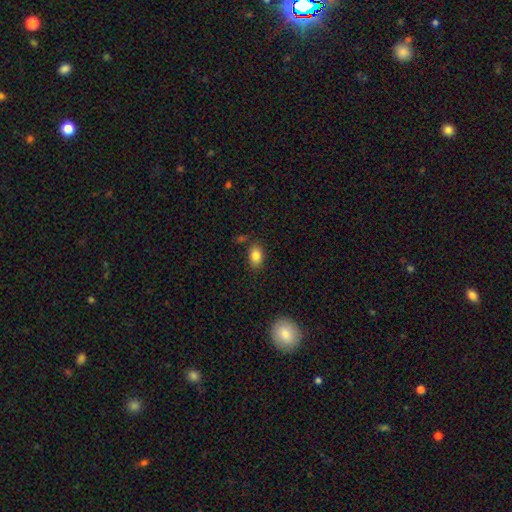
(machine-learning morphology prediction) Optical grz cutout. It shows a smooth galaxy with no disk features (84%) that is in between round and cigar-shaped (82%). Merging: none (79%).